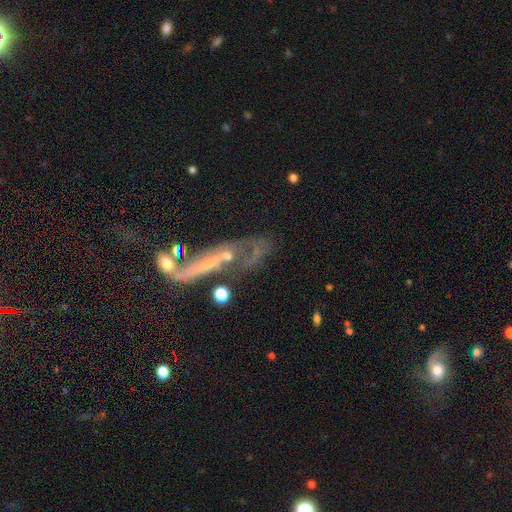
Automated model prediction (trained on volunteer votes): smooth_or_featured: featured or disk (p=0.60) [alt: smooth p=0.25]
disk_edge_on: no (p=0.62) [alt: yes p=0.38]
merging: none (p=0.31) [alt: major disturbance p=0.30]